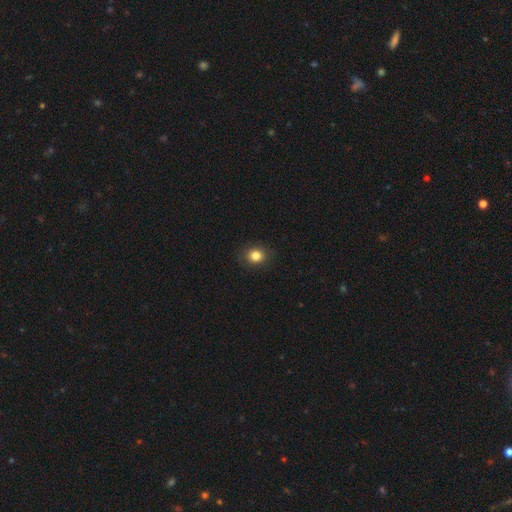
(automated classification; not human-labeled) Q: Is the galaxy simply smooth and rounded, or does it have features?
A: smooth — 84%.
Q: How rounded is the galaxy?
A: round — 73%.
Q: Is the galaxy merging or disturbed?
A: none — 89%.